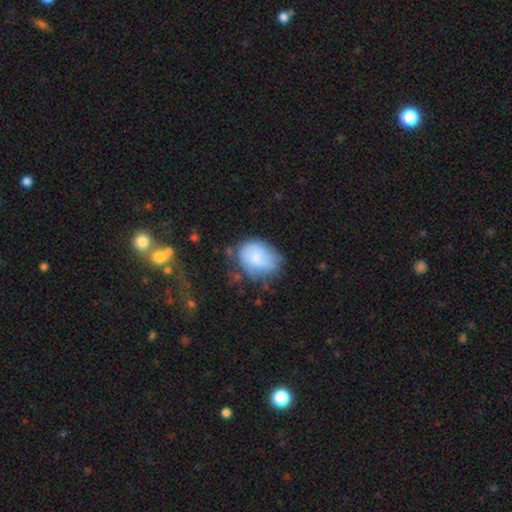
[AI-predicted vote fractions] Overall: smooth (68%). How rounded: in between (60%; round 39%). Merging: none (45%; minor disturbance 34%).